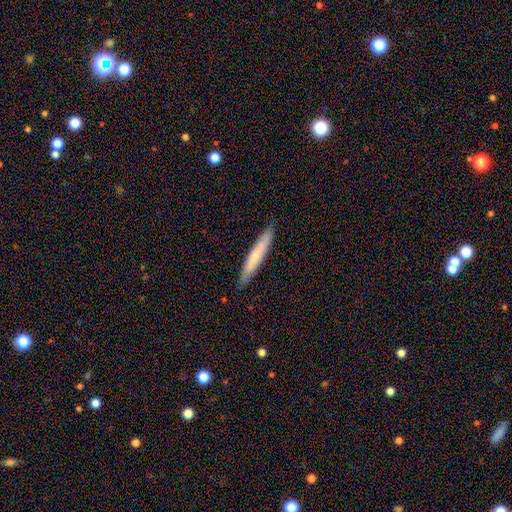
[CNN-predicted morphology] A smooth galaxy with no disk features (65%) that is cigar-shaped (94%). Merging: none (89%).